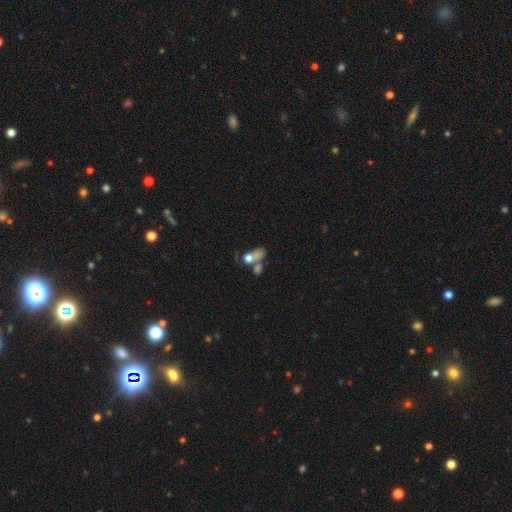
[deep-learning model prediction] Morphology: type=smooth (62%); roundness=in between (61%); merging=merger (51%).